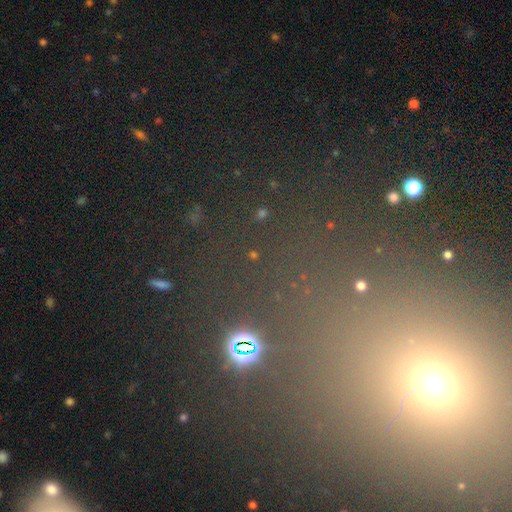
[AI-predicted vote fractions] smooth-or-featured: star or artifact: 62% | smooth: 29% | featured or disk: 9%